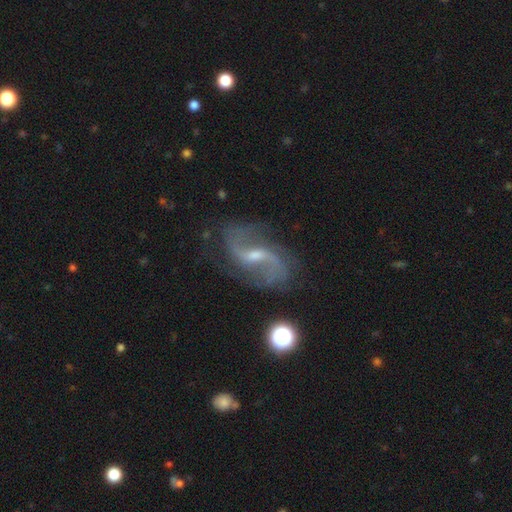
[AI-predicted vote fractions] Q: Smooth or featured?
A: featured or disk (89%); runner-up: star or artifact (7%)
Q: Edge-on disk?
A: no (97%); runner-up: yes (3%)
Q: Bar?
A: weak (58%); runner-up: no (21%)
Q: Spiral arms?
A: yes (97%); runner-up: no (3%)
Q: Spiral winding?
A: loose (69%); runner-up: medium (26%)
Q: Spiral arm count?
A: 2 (92%); runner-up: can't tell (3%)
Q: Bulge size?
A: small (56%); runner-up: moderate (34%)
Q: Merging?
A: none (74%); runner-up: minor disturbance (15%)